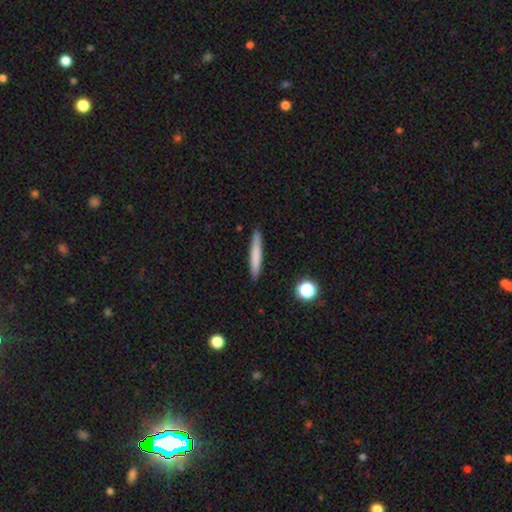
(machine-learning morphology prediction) A smooth galaxy with no disk features (71%) that is cigar-shaped (95%).

Vote fractions:
- Smooth or featured? smooth: 71% / featured or disk: 22% / star or artifact: 7%
- How rounded? cigar-shaped: 95% / in between: 4% / round: 1%
- Merging? none: 90% / minor disturbance: 7% / major disturbance: 2% / merger: 1%